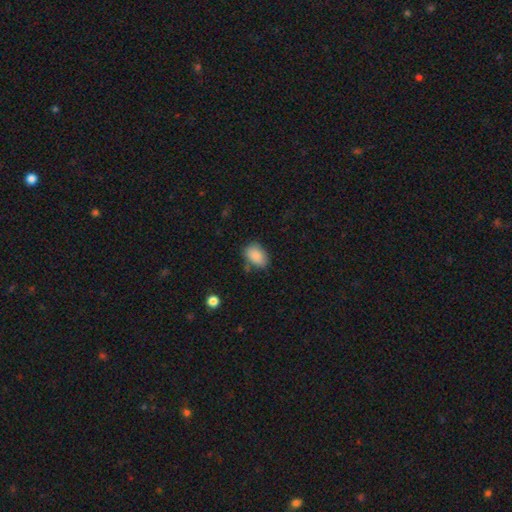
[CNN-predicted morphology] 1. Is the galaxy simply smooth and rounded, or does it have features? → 87% smooth, 8% star or artifact, 6% featured or disk.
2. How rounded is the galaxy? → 86% in between, 13% round, 1% cigar-shaped.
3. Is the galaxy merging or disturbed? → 71% none, 19% minor disturbance, 5% major disturbance, 5% merger.